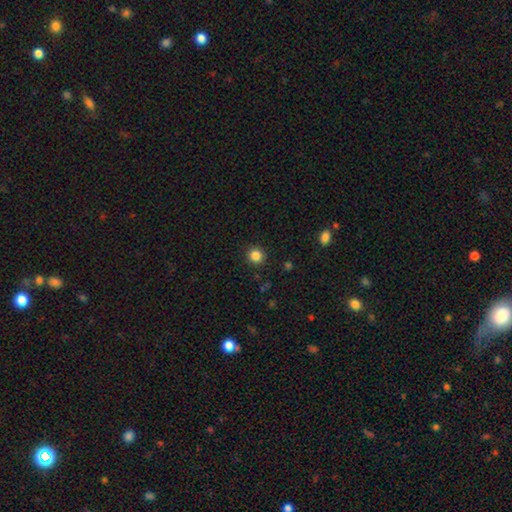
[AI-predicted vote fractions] Smooth or featured?
  - smooth: 85% *
  - star or artifact: 11%
  - featured or disk: 4%
How rounded?
  - round: 93% *
  - in between: 6%
  - cigar-shaped: 1%
Merging?
  - none: 91% *
  - minor disturbance: 6%
  - major disturbance: 2%
  - merger: 1%